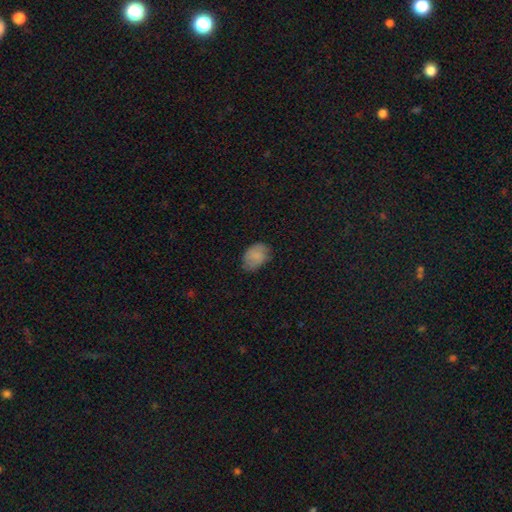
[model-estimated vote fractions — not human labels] Overall: smooth (81%). How rounded: in between (77%). Merging: none (69%).